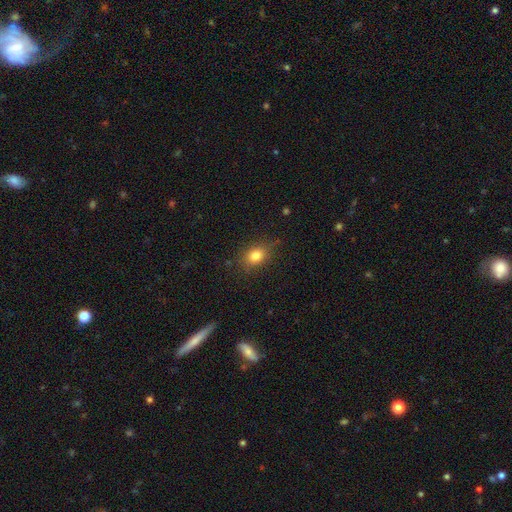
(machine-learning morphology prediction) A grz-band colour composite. It shows a smooth galaxy with no disk features (80%) that is in between round and cigar-shaped (65%). Merging: none (79%).